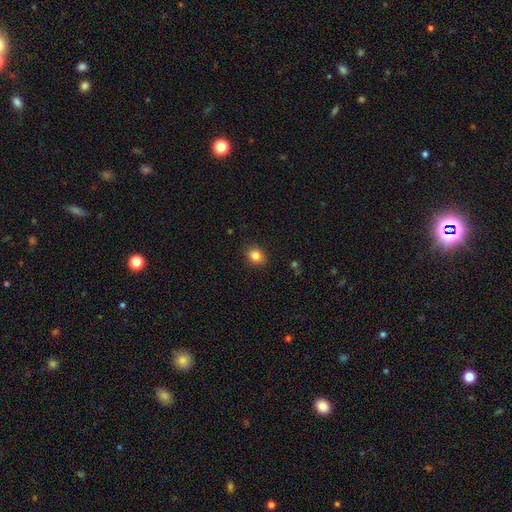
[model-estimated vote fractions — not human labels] Smooth or featured? Predicted: smooth (p=0.83). How rounded? Predicted: round (p=0.62). Merging? Predicted: none (p=0.89).